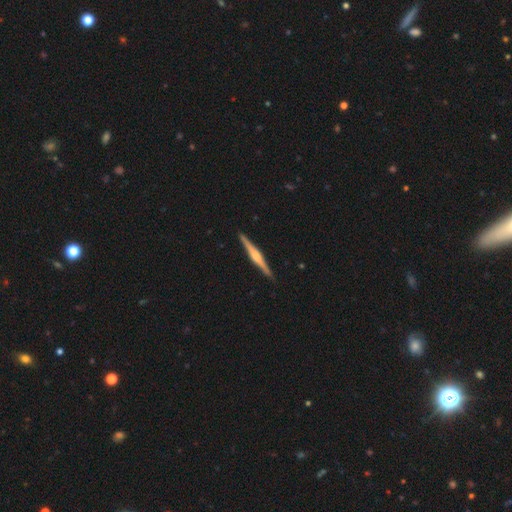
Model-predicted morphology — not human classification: This is likely a featured or disk galaxy (79%). It is clearly viewed edge-on (98%). Edge-on bulge: likely rounded (63%). Merging: clearly none (92%).